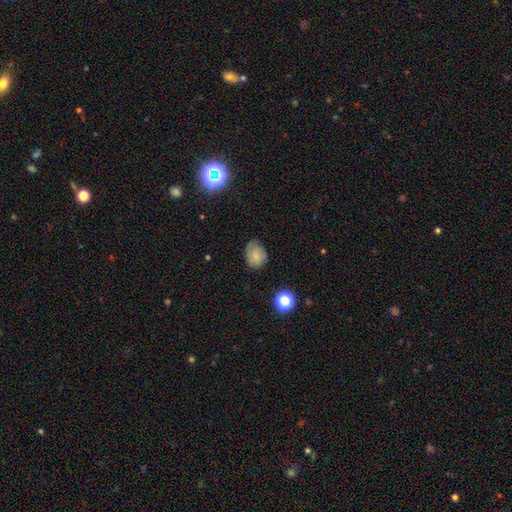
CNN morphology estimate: A smooth galaxy with no disk features (76%) that is in between round and cigar-shaped (55%). Merging: none (60%).